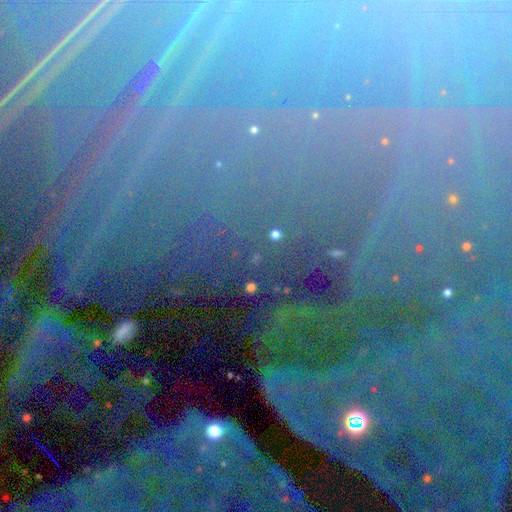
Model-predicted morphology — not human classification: The model was most divided on "smooth or featured": star or artifact: 82%, featured or disk: 10%, smooth: 8%.